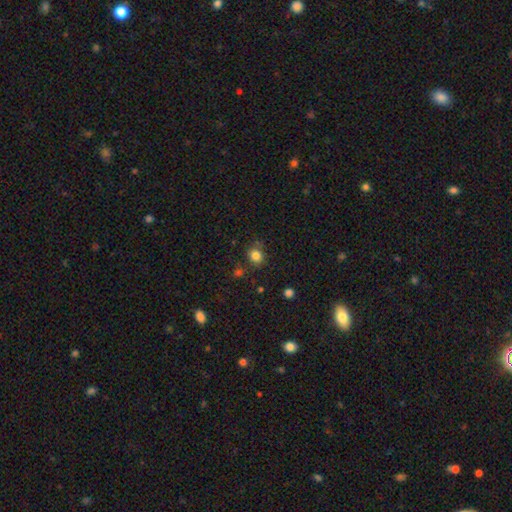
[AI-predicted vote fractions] A smooth galaxy with no disk features (82%) that is round (77%).

Vote fractions:
- Smooth or featured? smooth: 82% / star or artifact: 12% / featured or disk: 5%
- How rounded? round: 77% / in between: 22% / cigar-shaped: 1%
- Merging? none: 76% / minor disturbance: 14% / merger: 6% / major disturbance: 4%